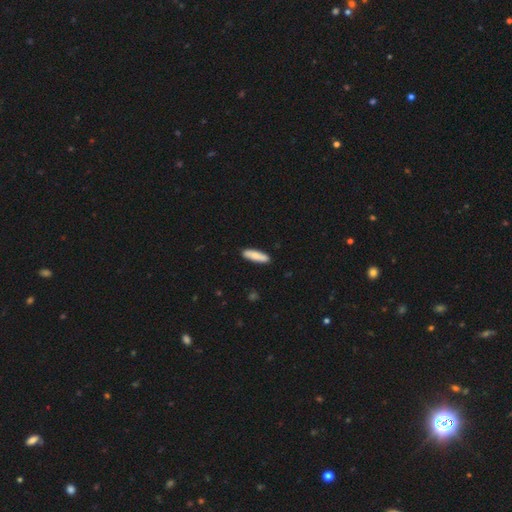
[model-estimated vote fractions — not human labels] smooth-or-featured: smooth: 83% | featured or disk: 11% | star or artifact: 5%
  how-rounded: cigar-shaped: 67% | in between: 31% | round: 2%
  merging: none: 89% | minor disturbance: 8% | major disturbance: 1% | merger: 1%